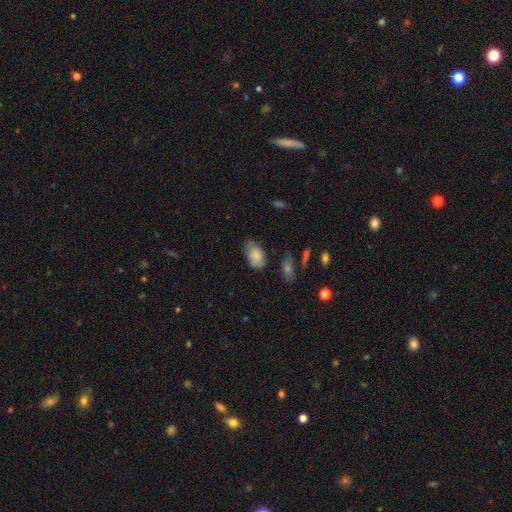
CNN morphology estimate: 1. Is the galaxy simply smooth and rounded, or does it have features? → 83% smooth, 10% featured or disk, 7% star or artifact.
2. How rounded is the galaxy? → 91% in between, 8% round, 2% cigar-shaped.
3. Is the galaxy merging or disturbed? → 62% none, 28% minor disturbance, 7% major disturbance, 3% merger.